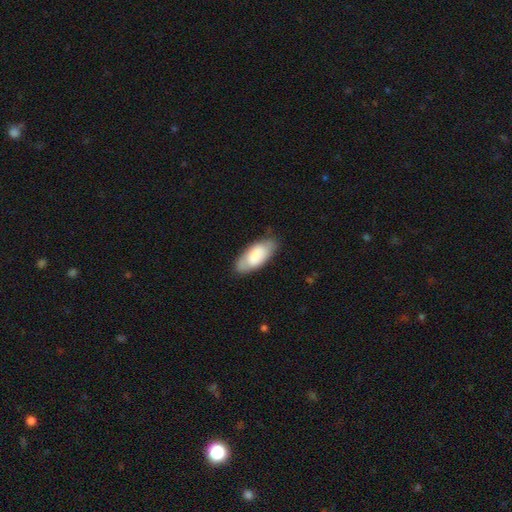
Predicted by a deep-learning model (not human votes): A smooth galaxy with no disk features (73%) that is in between round and cigar-shaped (88%). Merging: none (76%).